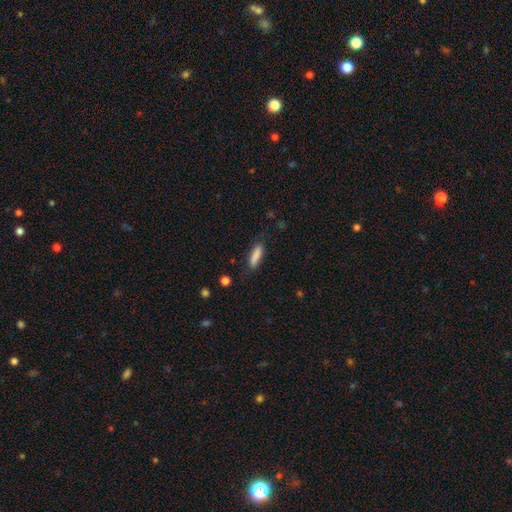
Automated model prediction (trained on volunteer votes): Q: Smooth or featured?
A: smooth (85%); runner-up: featured or disk (8%)
Q: How rounded?
A: cigar-shaped (65%); runner-up: in between (33%)
Q: Merging?
A: none (79%); runner-up: minor disturbance (16%)